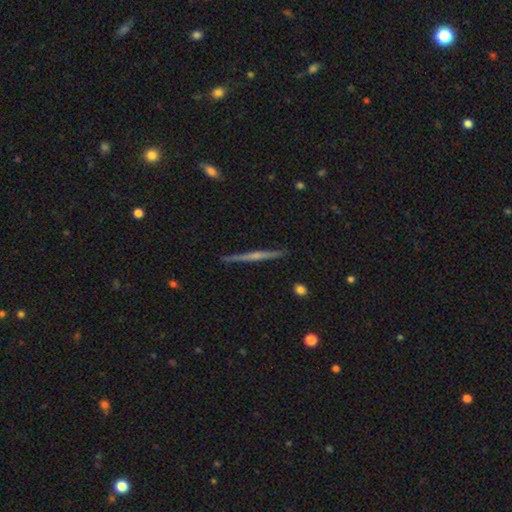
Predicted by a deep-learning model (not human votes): A featured or disk galaxy (64%) viewed edge-on (95%) with a rounded central bulge (58%).

Vote fractions:
- Smooth or featured? featured or disk: 64% / smooth: 23% / star or artifact: 12%
- Edge-on disk? yes: 95% / no: 5%
- Edge-on bulge? rounded: 58% / none: 32% / boxy: 10%
- Merging? none: 88% / minor disturbance: 8% / major disturbance: 2% / merger: 2%